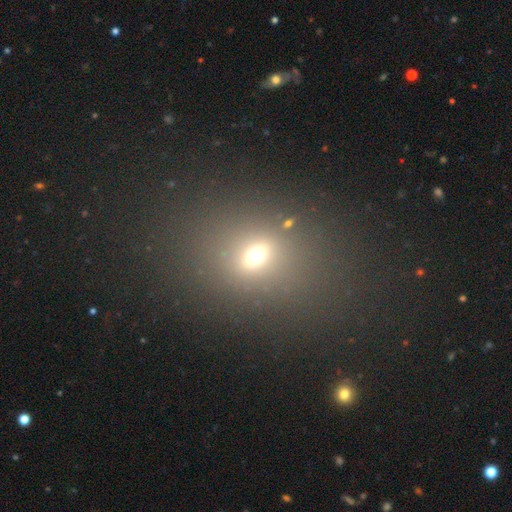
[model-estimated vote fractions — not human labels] Smooth or featured? smooth (58%)
How rounded? in between (63%)
Merging? none (75%)